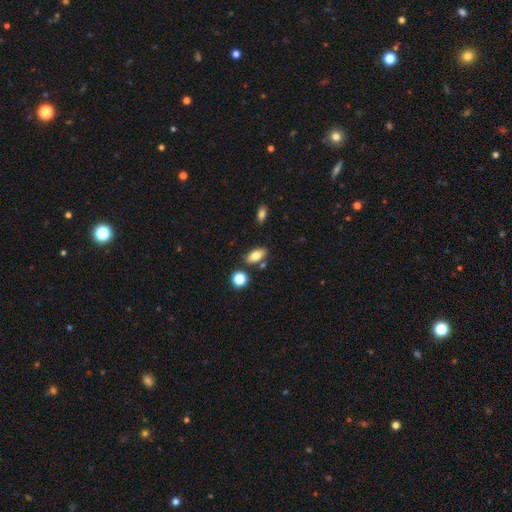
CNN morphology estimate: Smooth or featured? Predicted: smooth (p=0.74). How rounded? Predicted: in between (p=0.84). Merging? Predicted: none (p=0.79).